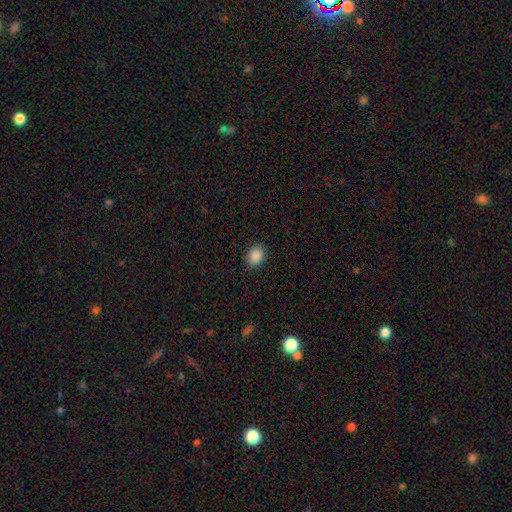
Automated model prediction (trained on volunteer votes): Q: Smooth or featured?
A: smooth (88%); runner-up: star or artifact (9%)
Q: How rounded?
A: in between (51%); runner-up: round (48%)
Q: Merging?
A: none (88%); runner-up: minor disturbance (8%)